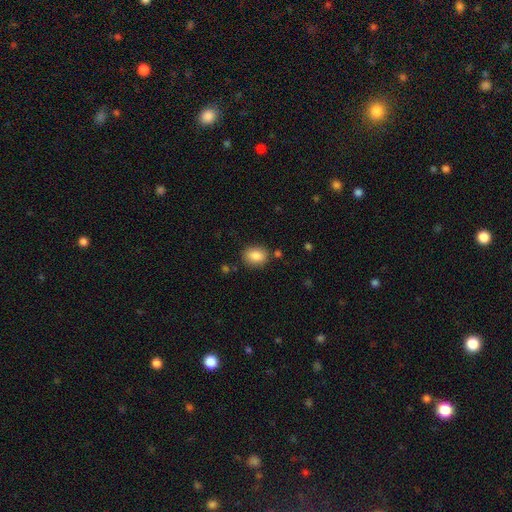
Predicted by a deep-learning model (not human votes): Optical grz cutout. It shows a smooth galaxy with no disk features (85%) that is in between round and cigar-shaped (53%). Merging: none (82%).